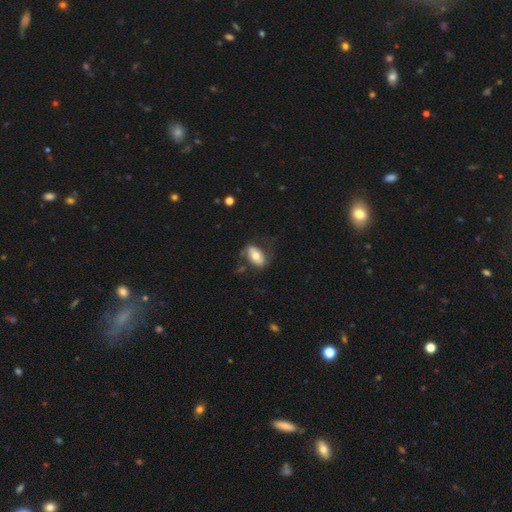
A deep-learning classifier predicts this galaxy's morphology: smooth_or_featured: smooth (p=0.57) [alt: featured or disk p=0.37]
how_rounded: in between (p=0.91) [alt: round p=0.07]
merging: none (p=0.57) [alt: minor disturbance p=0.24]